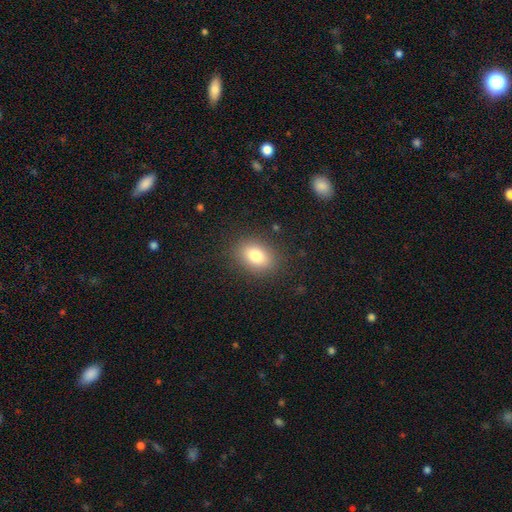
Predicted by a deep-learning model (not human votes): Smooth or featured? Predicted: smooth (p=0.81). How rounded? Predicted: in between (p=0.74). Merging? Predicted: none (p=0.85).